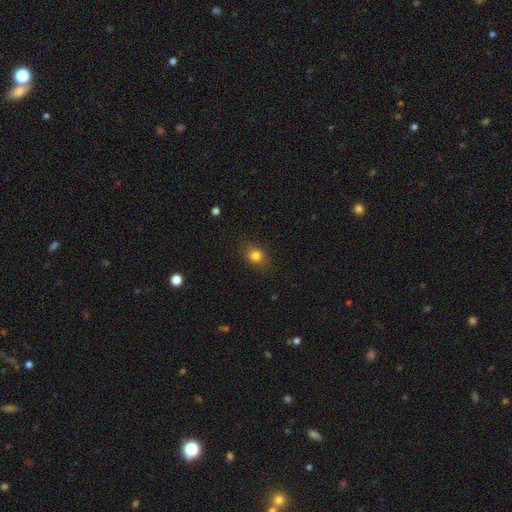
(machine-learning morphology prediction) smooth_or_featured: smooth (p=0.80) [alt: star or artifact p=0.12]
how_rounded: round (p=0.56) [alt: in between p=0.42]
merging: none (p=0.84) [alt: minor disturbance p=0.11]